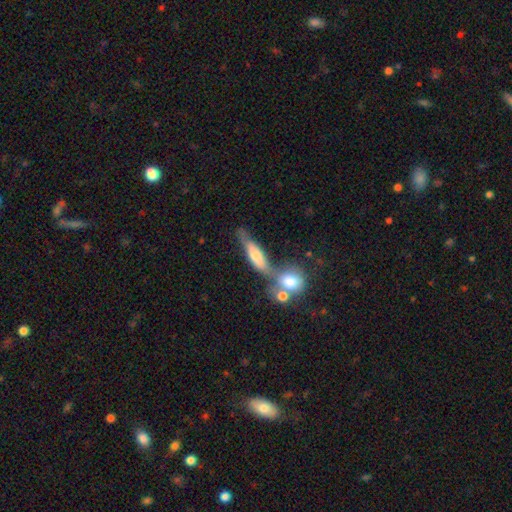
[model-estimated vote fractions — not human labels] Overall: smooth (50%; featured or disk 40%). How rounded: cigar-shaped (55%; in between 40%). Merging: merger (43%; none 33%).